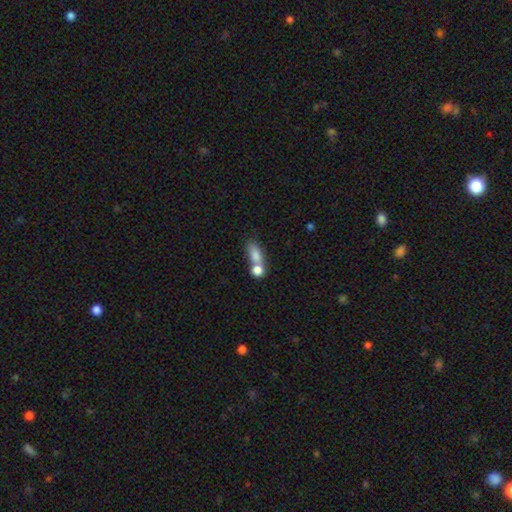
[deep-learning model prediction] Smooth or featured?
  - smooth: 79% *
  - featured or disk: 12%
  - star or artifact: 9%
How rounded?
  - in between: 71% *
  - round: 18%
  - cigar-shaped: 10%
Merging?
  - merger: 54% *
  - none: 31%
  - minor disturbance: 10%
  - major disturbance: 6%